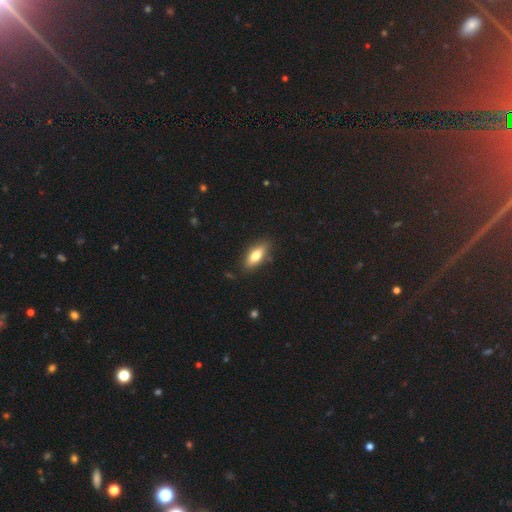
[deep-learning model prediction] Q: Smooth or featured?
A: smooth (72%); runner-up: featured or disk (21%)
Q: How rounded?
A: in between (73%); runner-up: cigar-shaped (24%)
Q: Merging?
A: none (84%); runner-up: minor disturbance (12%)